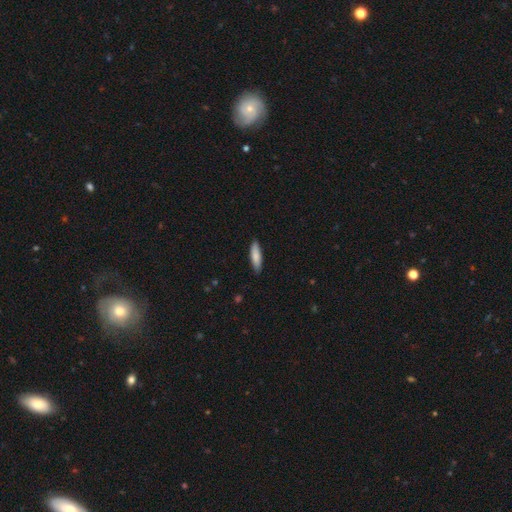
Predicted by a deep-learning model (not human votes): The model was most divided on "how rounded": cigar-shaped: 69%, in between: 30%, round: 1%. More confident: merging — none (87%); smooth or featured — smooth (82%).